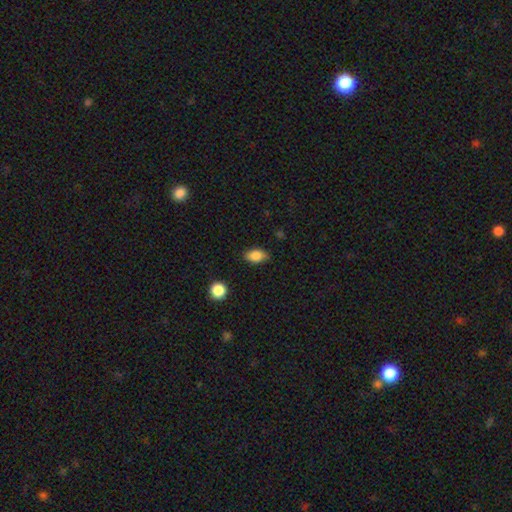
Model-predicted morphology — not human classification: smooth 86%, star or artifact 8%, featured or disk 6%. Down the decision tree: how rounded — in between (87%); merging — none (83%).